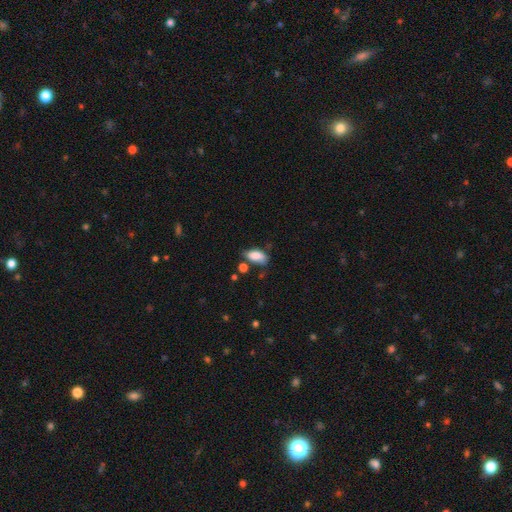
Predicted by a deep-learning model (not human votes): smooth 84%, star or artifact 8%, featured or disk 8%. Down the decision tree: how rounded — in between (92%); merging — none (49%).